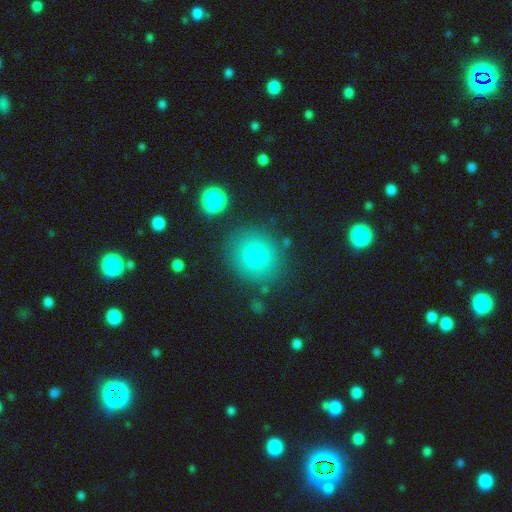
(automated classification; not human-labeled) smooth_or_featured: smooth (p=0.76) [alt: star or artifact p=0.14]
how_rounded: round (p=0.81) [alt: in between p=0.18]
merging: none (p=0.84) [alt: minor disturbance p=0.10]